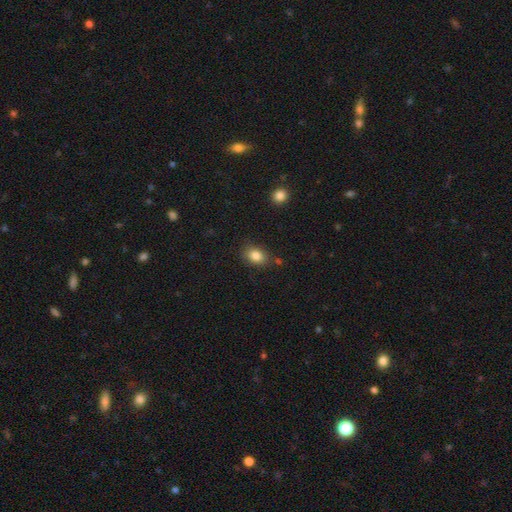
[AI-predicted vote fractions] smooth-or-featured: smooth: 84% | star or artifact: 9% | featured or disk: 7%
  how-rounded: in between: 70% | round: 29% | cigar-shaped: 1%
  merging: none: 78% | minor disturbance: 14% | merger: 4% | major disturbance: 3%